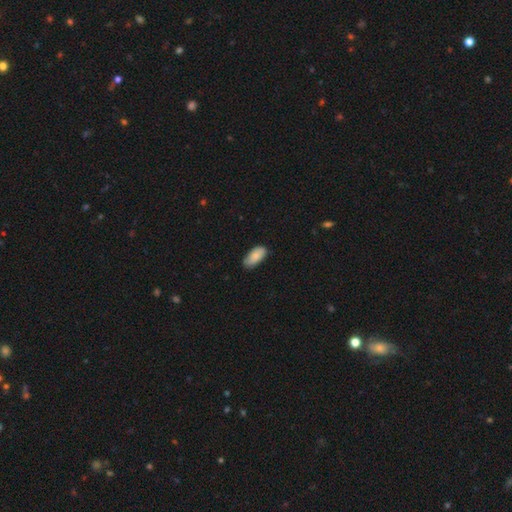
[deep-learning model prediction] The model was most divided on "merging": none: 70%, minor disturbance: 26%, major disturbance: 3%, merger: 1%. More confident: how rounded — in between (93%); smooth or featured — smooth (81%).